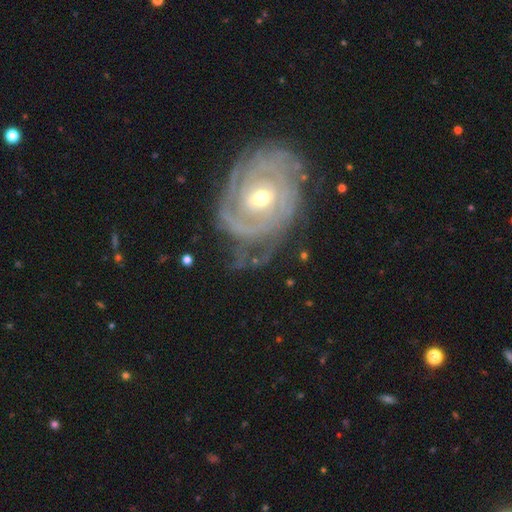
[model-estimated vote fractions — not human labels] Overall: featured or disk (88%). Edge-on disk: no (97%). Bar: no (59%; weak 30%). Spiral arms: yes (96%). Spiral arm count: can't tell (32%; 3 20%). Spiral winding: tight (78%). Bulge size: moderate (55%; small 42%). Merging: none (64%).